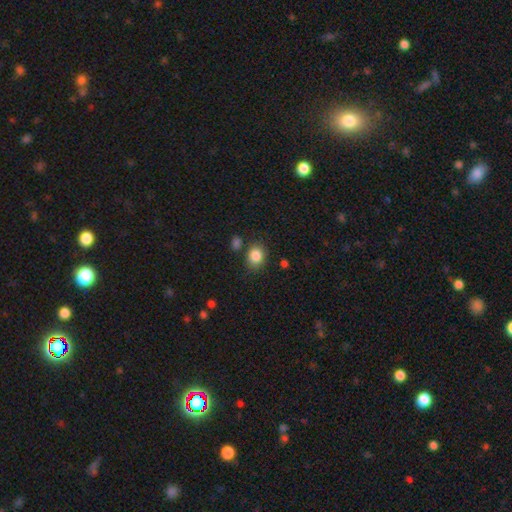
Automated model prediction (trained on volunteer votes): Smooth or featured: smooth — 85% (star or artifact — 10%)
How rounded: round — 52% (in between — 47%)
Merging: none — 78% (minor disturbance — 12%)